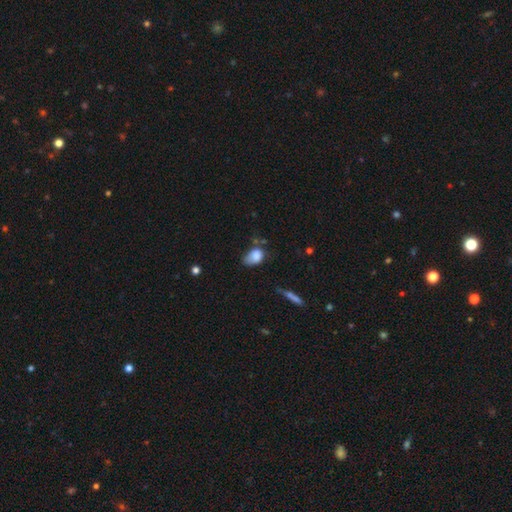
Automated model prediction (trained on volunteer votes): Smooth or featured? smooth (81%)
How rounded? in between (83%)
Merging? minor disturbance (39%)